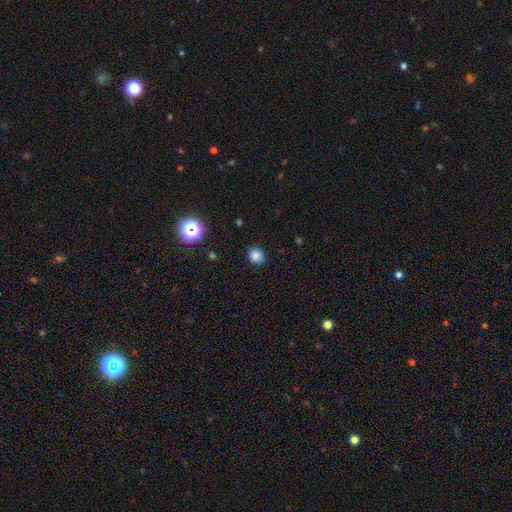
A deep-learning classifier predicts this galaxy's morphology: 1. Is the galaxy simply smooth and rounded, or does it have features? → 81% smooth, 14% star or artifact, 5% featured or disk.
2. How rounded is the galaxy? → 81% round, 18% in between, 1% cigar-shaped.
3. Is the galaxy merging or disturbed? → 88% none, 8% minor disturbance, 2% major disturbance, 1% merger.